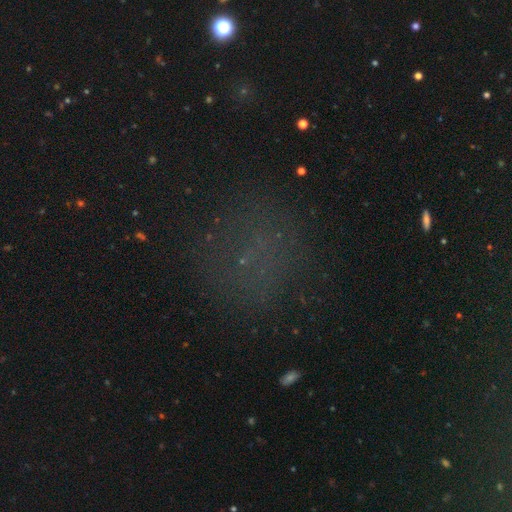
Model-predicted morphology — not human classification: The model was most divided on "smooth or featured": star or artifact: 45%, smooth: 40%, featured or disk: 16%.